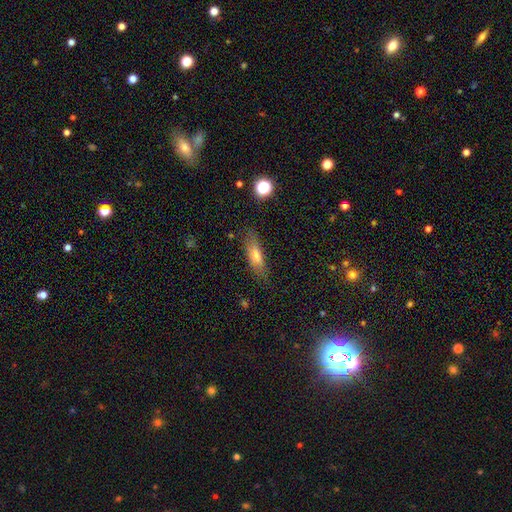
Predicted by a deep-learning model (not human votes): The model was most divided on "how rounded": cigar-shaped: 55%, in between: 42%, round: 3%. More confident: merging — none (80%); smooth or featured — smooth (65%).